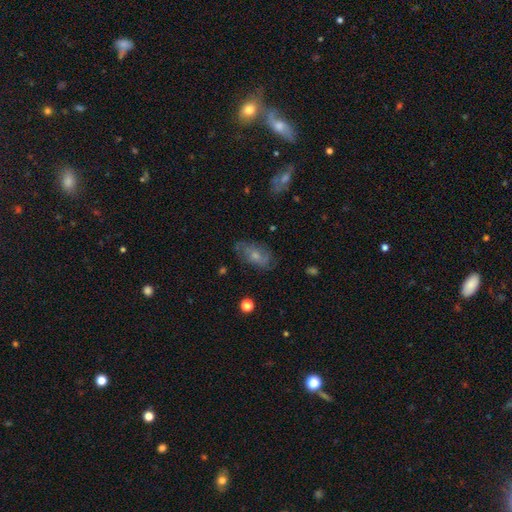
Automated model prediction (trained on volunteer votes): This is possibly a featured or disk galaxy (45%, tied with smooth). Merging: likely none (69%).